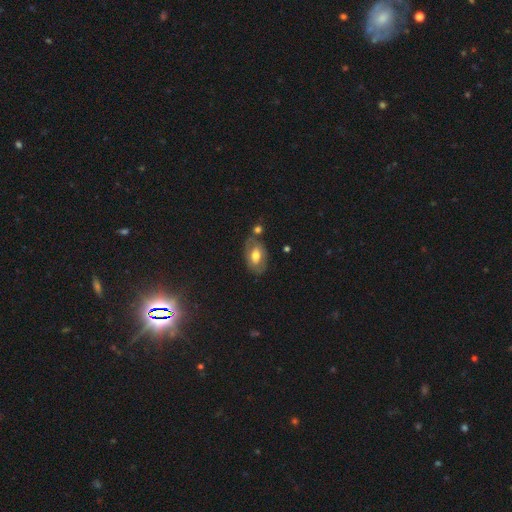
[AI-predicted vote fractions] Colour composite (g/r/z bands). It shows a smooth galaxy with no disk features (51%) that is in between round and cigar-shaped (88%). Merging: none (64%).